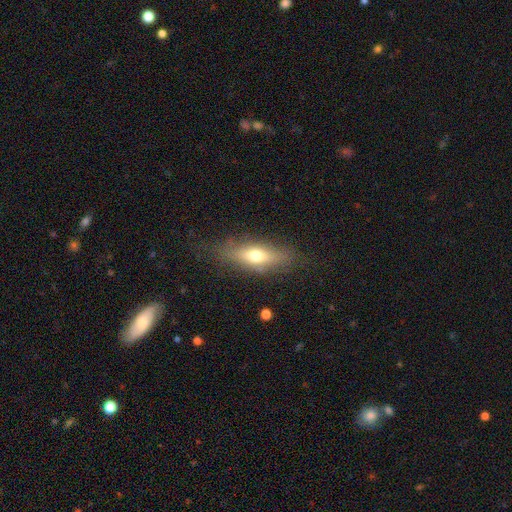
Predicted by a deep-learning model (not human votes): A smooth galaxy with no disk features (58%) that is in between round and cigar-shaped (57%).

Vote fractions:
- Smooth or featured? smooth: 58% / featured or disk: 34% / star or artifact: 8%
- How rounded? in between: 57% / cigar-shaped: 38% / round: 5%
- Merging? none: 76% / minor disturbance: 16% / major disturbance: 6% / merger: 2%